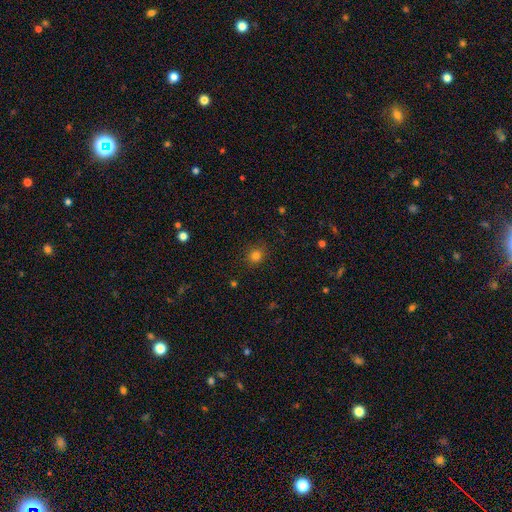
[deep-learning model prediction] This appears to be a smooth galaxy with no disk features (80%) that is round (85%). Merging: none (84%).